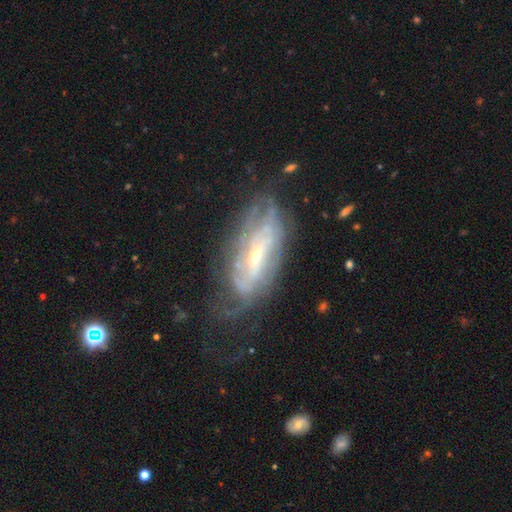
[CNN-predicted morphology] A featured or disk galaxy (79%) with no bar (39%), tight (61%) spiral arms (83%) and a small central bulge (64%). Merging: none (58%).